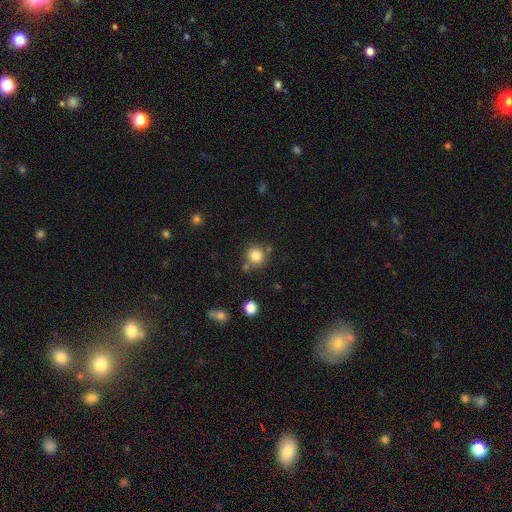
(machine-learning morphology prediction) Smooth or featured: smooth — 82% (star or artifact — 11%)
How rounded: round — 91% (in between — 8%)
Merging: none — 77% (merger — 10%)